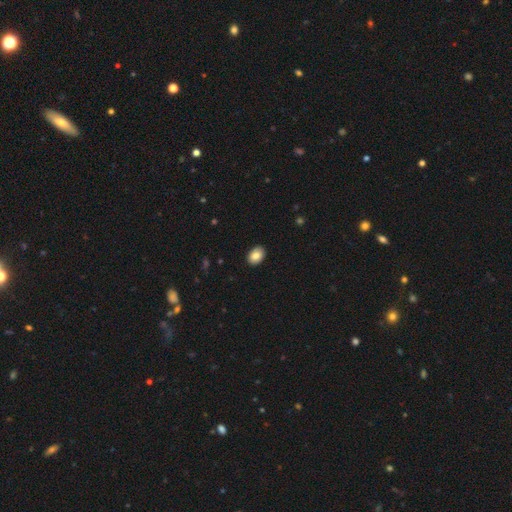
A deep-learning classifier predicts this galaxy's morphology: Q: Smooth or featured?
A: smooth (85%); runner-up: star or artifact (7%)
Q: How rounded?
A: in between (79%); runner-up: round (20%)
Q: Merging?
A: none (90%); runner-up: minor disturbance (7%)